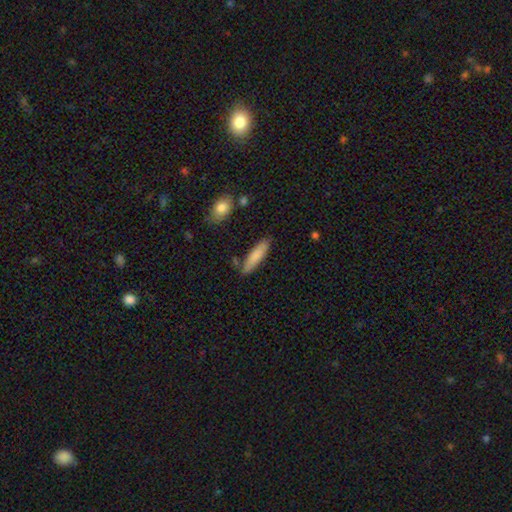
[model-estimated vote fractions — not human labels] Smooth or featured? Predicted: smooth (p=0.82). How rounded? Predicted: cigar-shaped (p=0.70). Merging? Predicted: none (p=0.81).